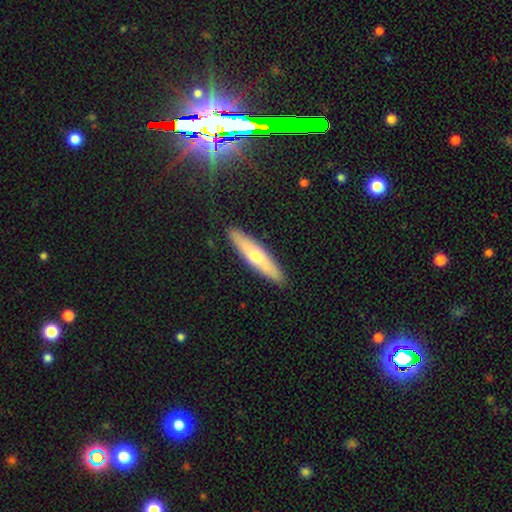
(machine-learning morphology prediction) smooth-or-featured: smooth: 51% | featured or disk: 43% | star or artifact: 6%
  how-rounded: cigar-shaped: 80% | in between: 18% | round: 2%
  merging: none: 90% | minor disturbance: 7% | major disturbance: 2% | merger: 1%